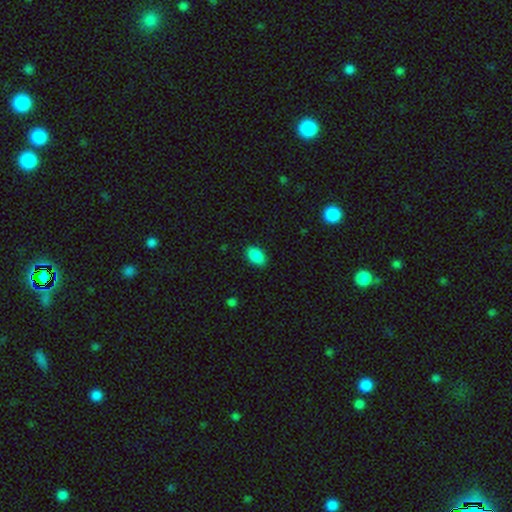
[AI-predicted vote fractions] smooth 89%, star or artifact 8%, featured or disk 3%. Down the decision tree: how rounded — in between (92%); merging — none (87%).